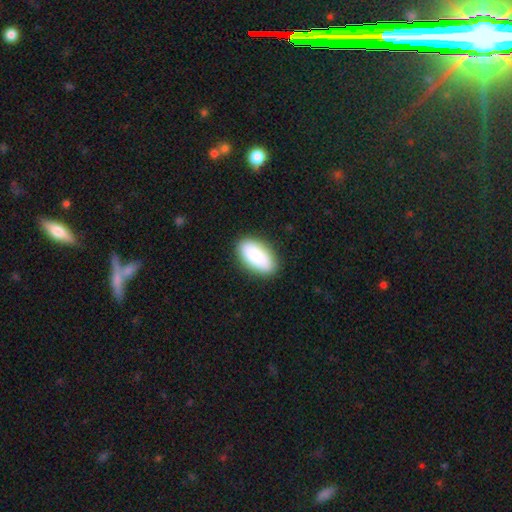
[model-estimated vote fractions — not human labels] This is clearly a smooth galaxy (87%). How rounded: clearly in between (91%). Merging: clearly none (86%).